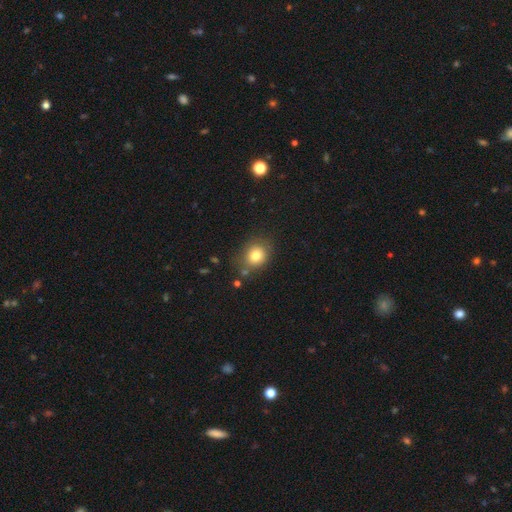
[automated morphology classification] The model was most divided on "how rounded": round: 67%, in between: 33%, cigar-shaped: 1%. More confident: smooth or featured — smooth (80%); merging — none (75%).